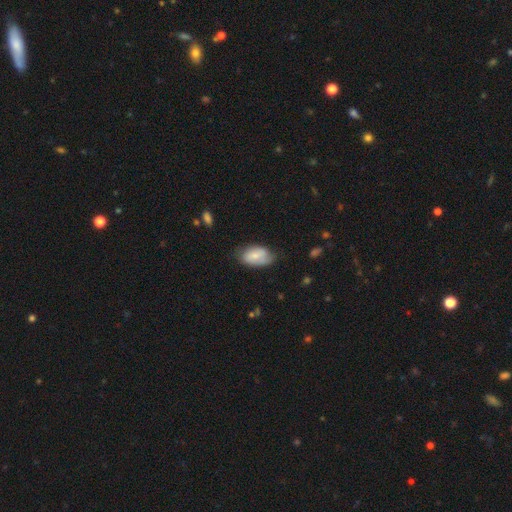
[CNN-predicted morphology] Smooth or featured: smooth — 70% (featured or disk — 24%)
How rounded: in between — 93% (round — 5%)
Merging: none — 60% (minor disturbance — 31%)